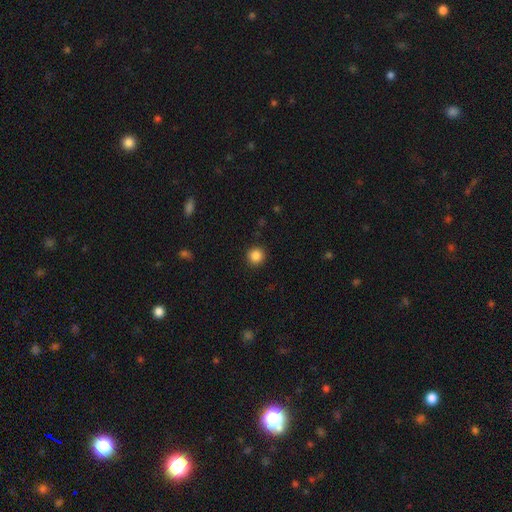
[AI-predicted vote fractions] Q: Smooth or featured?
A: smooth (86%); runner-up: star or artifact (10%)
Q: How rounded?
A: round (94%); runner-up: in between (5%)
Q: Merging?
A: none (92%); runner-up: minor disturbance (5%)